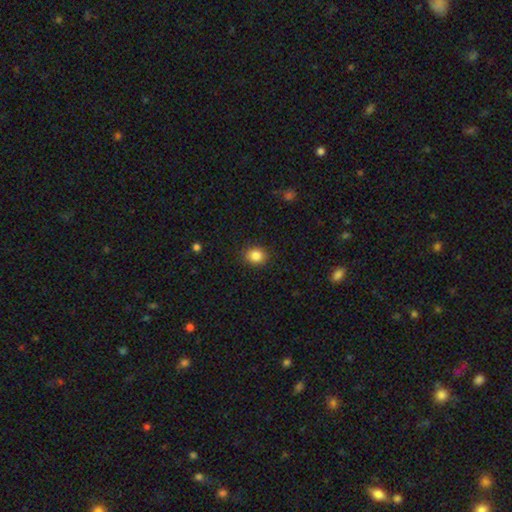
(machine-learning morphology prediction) Overall: smooth (86%). How rounded: round (64%; in between 35%). Merging: none (89%).